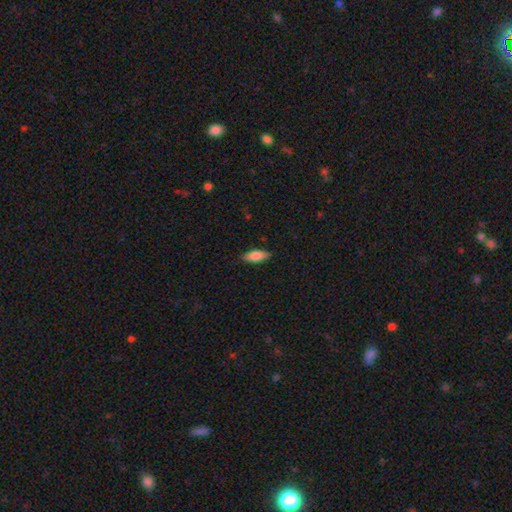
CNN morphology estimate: Smooth or featured? Predicted: smooth (p=0.82). How rounded? Predicted: in between (p=0.72). Merging? Predicted: none (p=0.86).